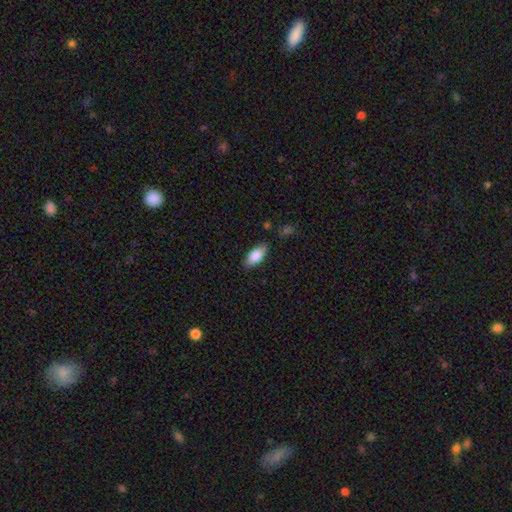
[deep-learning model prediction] A smooth galaxy with no disk features (85%) that is in between round and cigar-shaped (87%).

Vote fractions:
- Smooth or featured? smooth: 85% / featured or disk: 9% / star or artifact: 6%
- How rounded? in between: 87% / cigar-shaped: 10% / round: 2%
- Merging? none: 84% / minor disturbance: 11% / major disturbance: 2% / merger: 2%